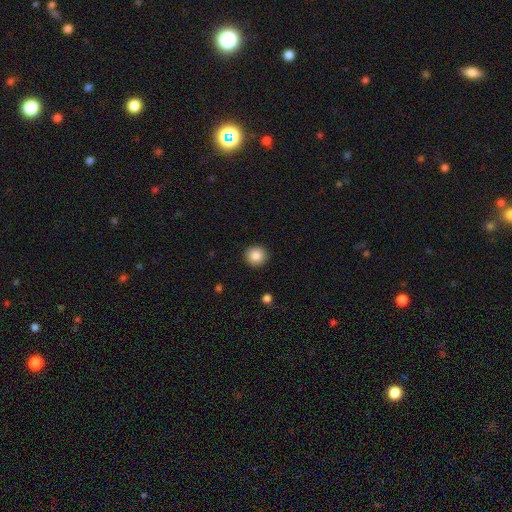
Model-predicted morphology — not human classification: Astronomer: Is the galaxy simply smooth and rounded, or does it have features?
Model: smooth — 85%.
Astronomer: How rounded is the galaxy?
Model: round — 93%.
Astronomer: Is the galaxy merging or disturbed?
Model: none — 92%.